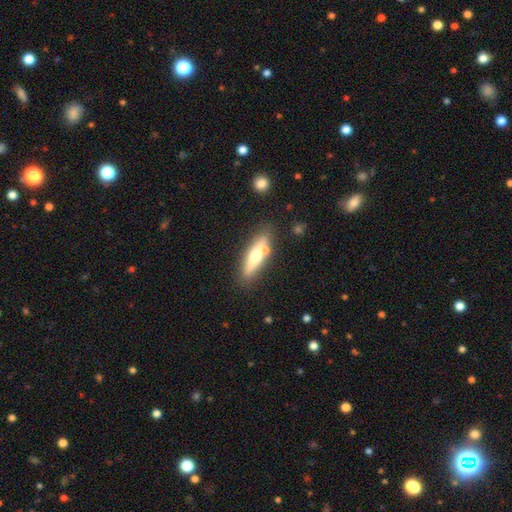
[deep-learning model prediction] A smooth galaxy with no disk features (49%).

Vote fractions:
- Smooth or featured? smooth: 49% / featured or disk: 44% / star or artifact: 7%
- Merging? none: 69% / merger: 14% / minor disturbance: 13% / major disturbance: 4%